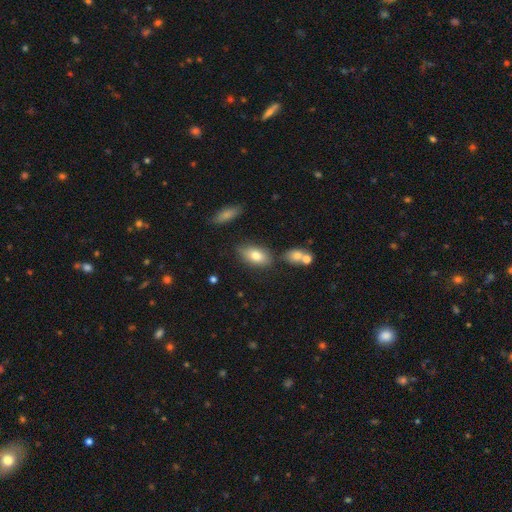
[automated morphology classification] Smooth or featured? Predicted: smooth (p=0.78). How rounded? Predicted: in between (p=0.90). Merging? Predicted: none (p=0.70).